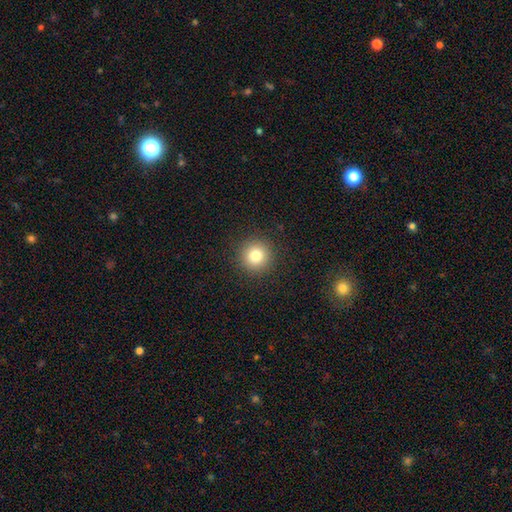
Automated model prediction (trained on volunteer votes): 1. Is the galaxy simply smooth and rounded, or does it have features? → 80% smooth, 13% star or artifact, 8% featured or disk.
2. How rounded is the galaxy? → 95% round, 4% in between, 1% cigar-shaped.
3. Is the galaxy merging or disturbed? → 92% none, 5% minor disturbance, 2% major disturbance, 1% merger.